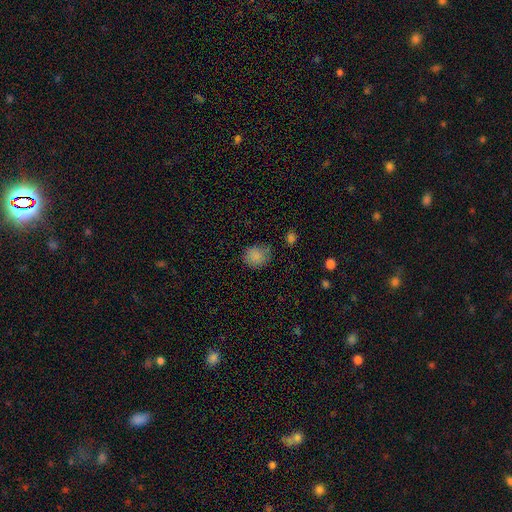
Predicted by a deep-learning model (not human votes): A smooth galaxy with no disk features (83%) that is round (78%).

Vote fractions:
- Smooth or featured? smooth: 83% / star or artifact: 12% / featured or disk: 5%
- How rounded? round: 78% / in between: 21% / cigar-shaped: 1%
- Merging? none: 72% / minor disturbance: 20% / major disturbance: 5% / merger: 3%